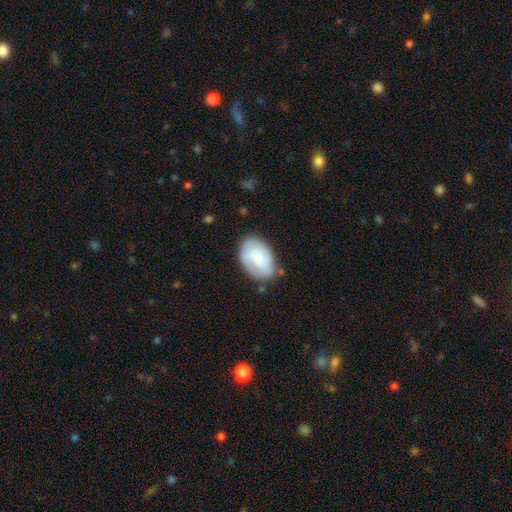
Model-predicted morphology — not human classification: smooth_or_featured: featured or disk (p=0.56) [alt: smooth p=0.37]
disk_edge_on: no (p=0.97) [alt: yes p=0.03]
bar: no (p=0.66) [alt: weak p=0.29]
has_spiral_arms: yes (p=0.84) [alt: no p=0.16]
bulge_size: small (p=0.55) [alt: moderate p=0.28]
merging: none (p=0.70) [alt: minor disturbance p=0.22]